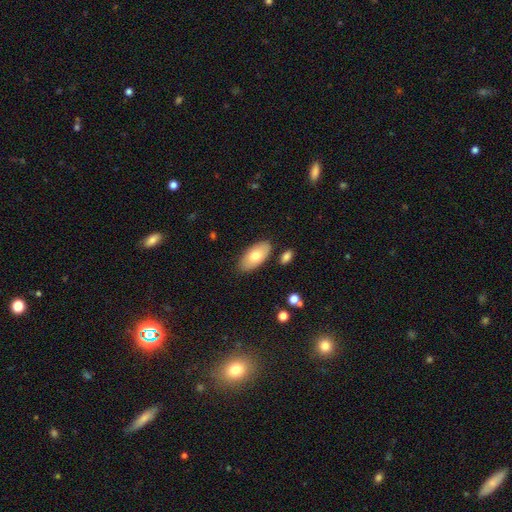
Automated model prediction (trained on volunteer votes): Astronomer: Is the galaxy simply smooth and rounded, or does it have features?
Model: smooth — 73%.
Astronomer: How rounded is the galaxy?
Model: in between — 93%.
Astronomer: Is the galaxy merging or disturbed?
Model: none — 83%.